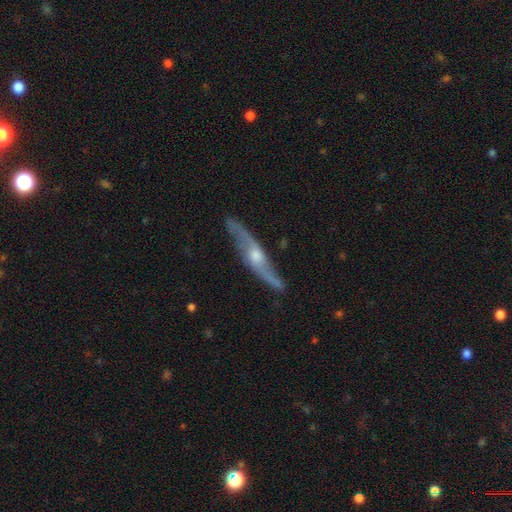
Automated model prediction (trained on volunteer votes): smooth_or_featured: featured or disk (p=0.83) [alt: smooth p=0.12]
disk_edge_on: yes (p=0.56) [alt: no p=0.44]
merging: none (p=0.80) [alt: minor disturbance p=0.14]